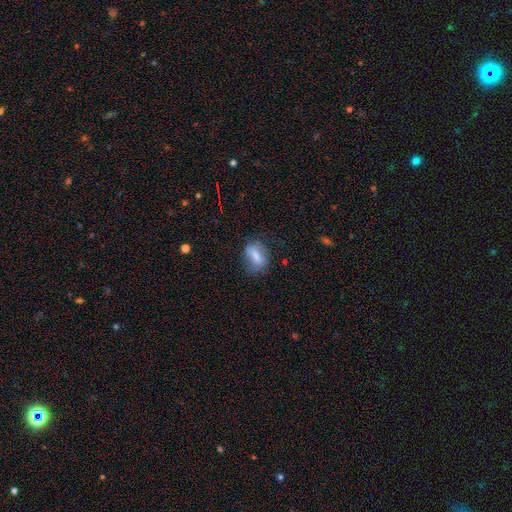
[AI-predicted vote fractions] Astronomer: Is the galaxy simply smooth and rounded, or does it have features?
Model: smooth — 69%.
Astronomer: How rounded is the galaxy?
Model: in between — 77%.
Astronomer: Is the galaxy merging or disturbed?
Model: none — 57%.